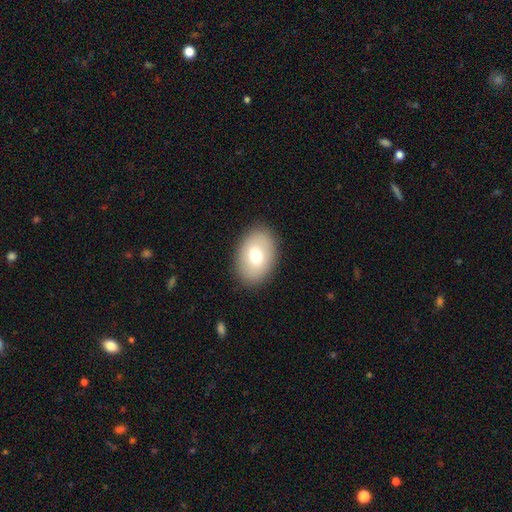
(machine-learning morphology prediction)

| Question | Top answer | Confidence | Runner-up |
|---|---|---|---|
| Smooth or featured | smooth | 71% | featured or disk (22%) |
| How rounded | in between | 81% | round (18%) |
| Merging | none | 87% | minor disturbance (9%) |